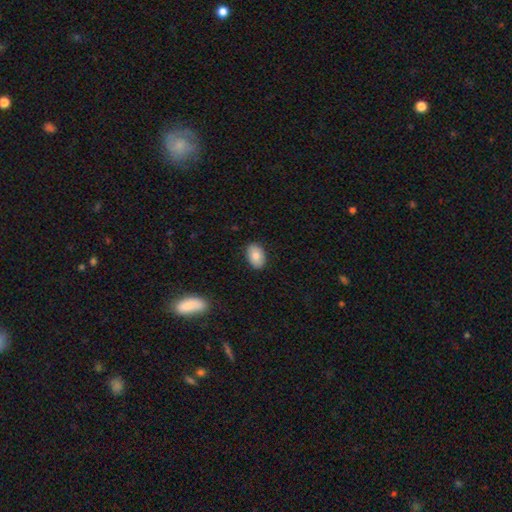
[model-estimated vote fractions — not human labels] smooth-or-featured: smooth: 80% | featured or disk: 13% | star or artifact: 7%
  how-rounded: in between: 89% | round: 10% | cigar-shaped: 1%
  merging: none: 87% | minor disturbance: 10% | major disturbance: 2% | merger: 1%